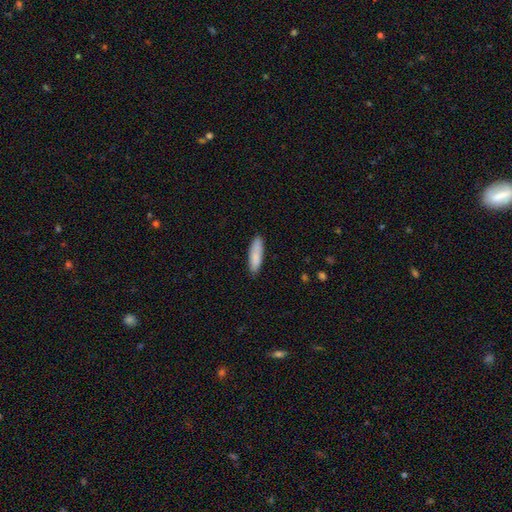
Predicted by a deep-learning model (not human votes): A smooth galaxy with no disk features (86%) that is cigar-shaped (54%). Merging: none (85%).